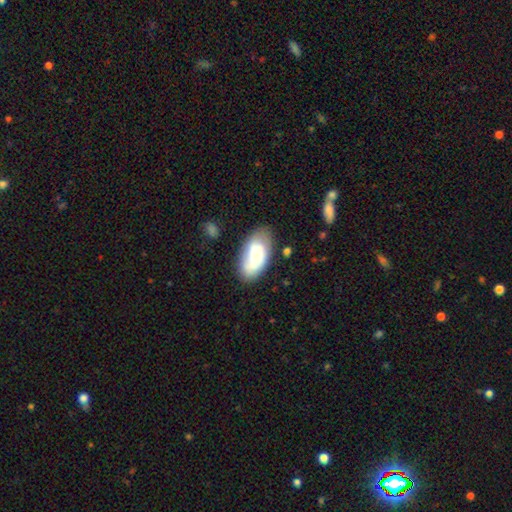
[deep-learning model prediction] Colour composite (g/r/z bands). It shows a smooth galaxy with no disk features (65%) that is in between round and cigar-shaped (94%). Merging: none (64%).